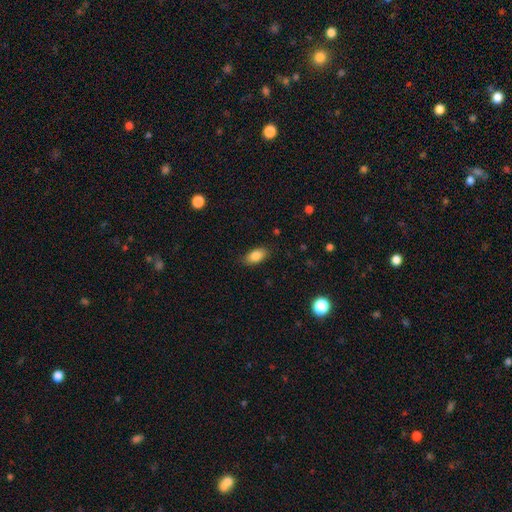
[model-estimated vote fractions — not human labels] Smooth or featured?
  - smooth: 85% *
  - star or artifact: 8%
  - featured or disk: 7%
How rounded?
  - in between: 92% *
  - round: 5%
  - cigar-shaped: 4%
Merging?
  - none: 85% *
  - minor disturbance: 12%
  - major disturbance: 3%
  - merger: 1%